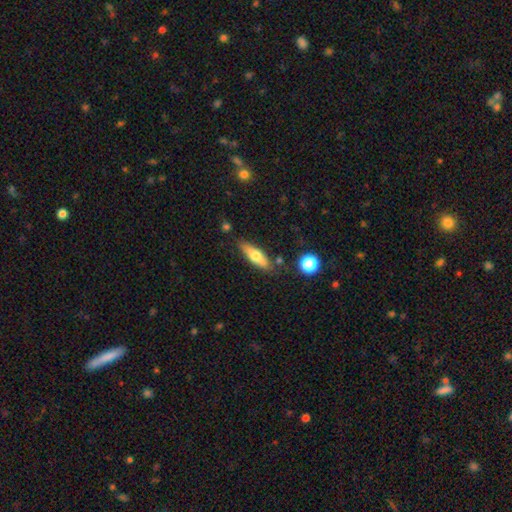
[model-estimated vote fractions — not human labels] The model was most divided on "how rounded": cigar-shaped: 52%, in between: 45%, round: 3%. More confident: merging — none (79%); smooth or featured — smooth (60%).